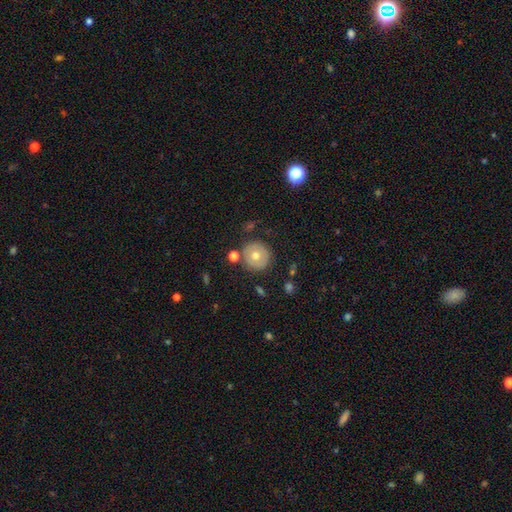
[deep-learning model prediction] smooth 62%, featured or disk 28%, star or artifact 10%. Down the decision tree: how rounded — round (95%); merging — none (85%).